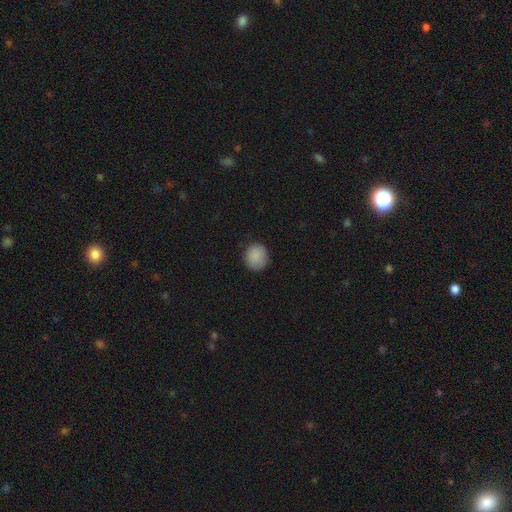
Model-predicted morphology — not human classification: A smooth galaxy with no disk features (88%) that is round (88%). Merging: none (88%).